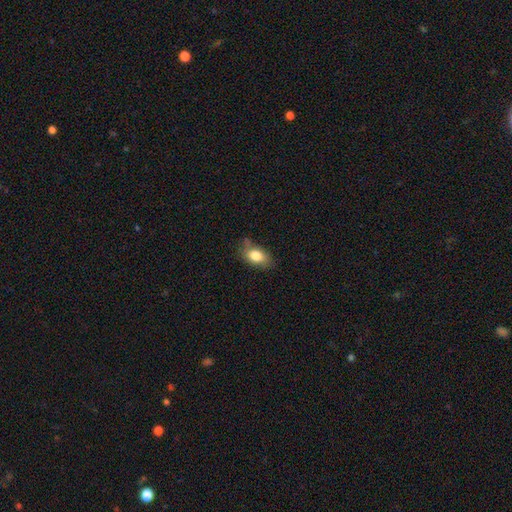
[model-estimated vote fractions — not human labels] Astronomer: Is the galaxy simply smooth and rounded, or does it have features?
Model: smooth — 81%.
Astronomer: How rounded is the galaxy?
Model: in between — 86%.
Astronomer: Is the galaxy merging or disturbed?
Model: none — 66%.